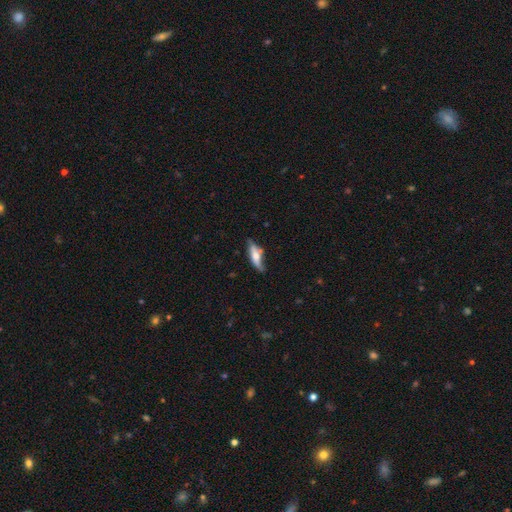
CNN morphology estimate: smooth_or_featured: smooth (p=0.47) [tied with: featured or disk p=0.47]
merging: none (p=0.58) [alt: minor disturbance p=0.28]